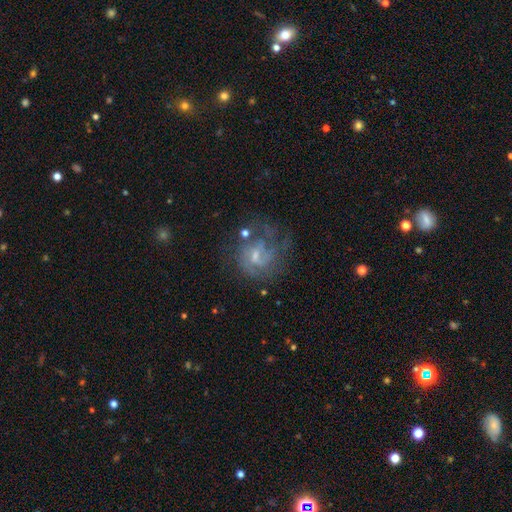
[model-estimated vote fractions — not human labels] This is likely a featured or disk galaxy (76%). It is clearly not viewed edge-on (98%). Bar: possibly weak (53%). Spiral arm pattern: clearly yes (88%). Spiral arm count: marginally 2 (34%). Spiral winding: marginally medium (43%). Central bulge: possibly small (56%). Merging: possibly none (57%).